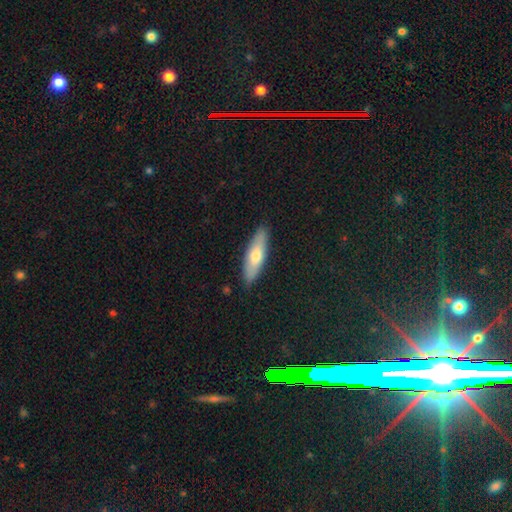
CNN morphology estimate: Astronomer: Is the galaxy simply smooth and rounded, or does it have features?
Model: smooth — 64%.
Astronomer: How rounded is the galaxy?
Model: cigar-shaped — 51% (runner-up: in between, 47%).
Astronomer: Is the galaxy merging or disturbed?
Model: none — 86%.